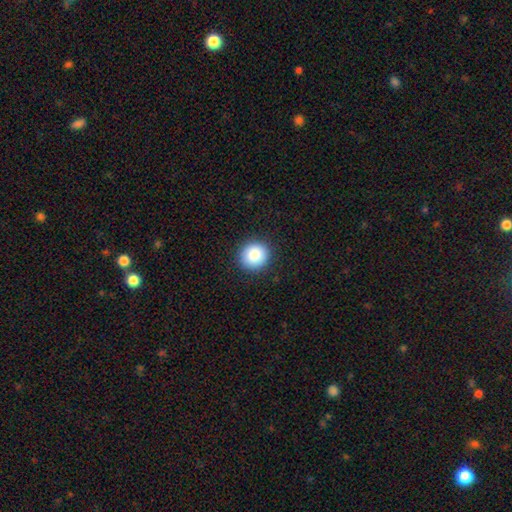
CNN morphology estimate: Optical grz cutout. It shows a smooth galaxy with no disk features (86%) that is round (91%). Merging: none (91%).